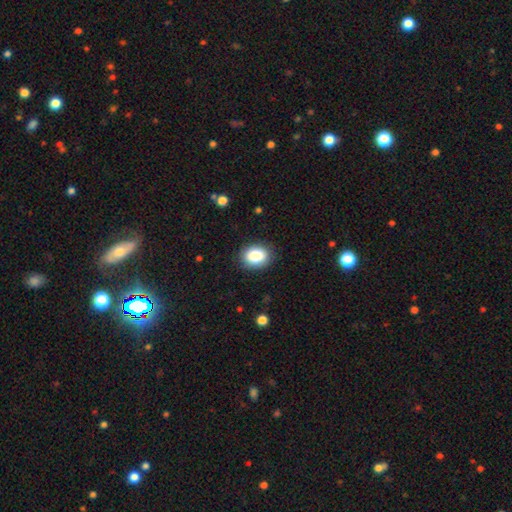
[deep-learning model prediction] Q: Smooth or featured?
A: smooth (85%); runner-up: star or artifact (8%)
Q: How rounded?
A: in between (62%); runner-up: round (37%)
Q: Merging?
A: none (86%); runner-up: minor disturbance (10%)